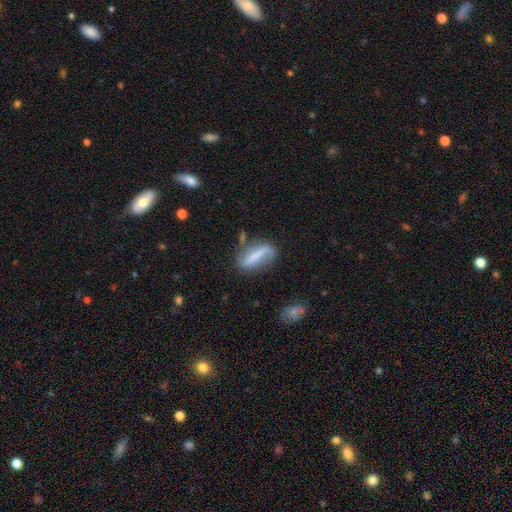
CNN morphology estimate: A featured or disk galaxy (49%).

Vote fractions:
- Smooth or featured? featured or disk: 49% / smooth: 43% / star or artifact: 8%
- Merging? none: 57% / minor disturbance: 25% / major disturbance: 12% / merger: 6%